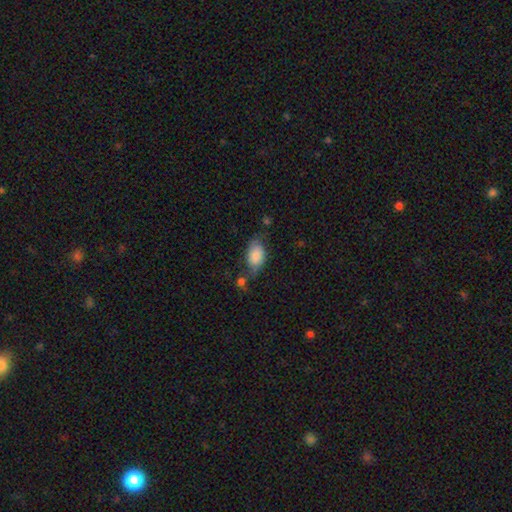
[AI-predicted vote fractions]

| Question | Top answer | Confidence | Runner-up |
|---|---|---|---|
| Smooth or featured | smooth | 78% | featured or disk (15%) |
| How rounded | in between | 90% | round (8%) |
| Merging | none | 48% | minor disturbance (30%) |